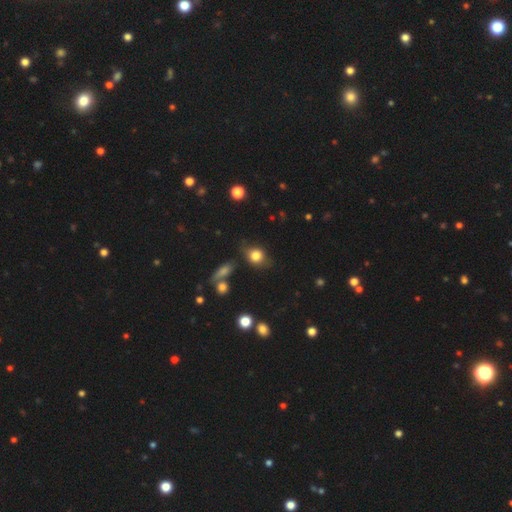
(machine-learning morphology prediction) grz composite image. It shows a smooth galaxy with no disk features (77%) that is round (53%). Merging: none (65%).